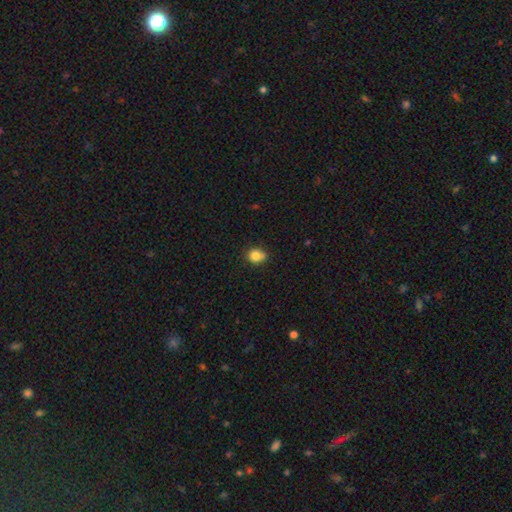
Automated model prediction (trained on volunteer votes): This appears to be a smooth galaxy with no disk features (83%) that is round (73%). Merging: none (71%).